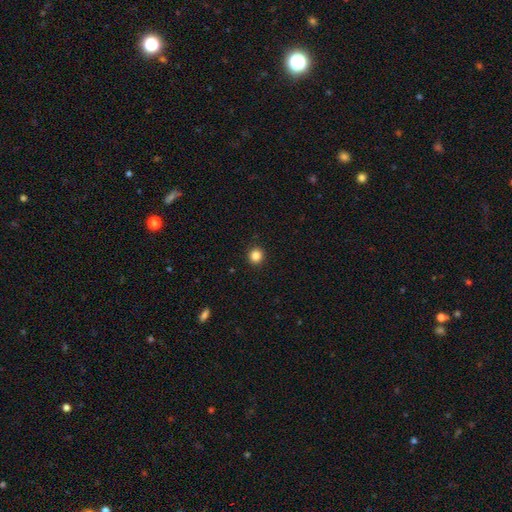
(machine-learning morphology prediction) smooth_or_featured: smooth (p=0.85) [alt: star or artifact p=0.11]
how_rounded: round (p=0.92) [alt: in between p=0.07]
merging: none (p=0.93) [alt: minor disturbance p=0.04]